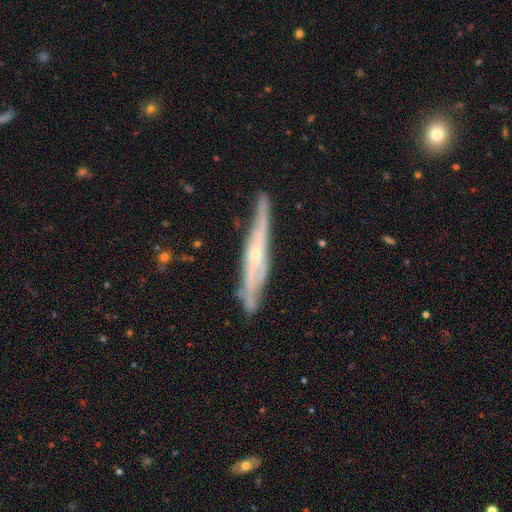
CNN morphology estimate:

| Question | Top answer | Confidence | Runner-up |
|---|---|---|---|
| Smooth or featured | featured or disk | 77% | smooth (17%) |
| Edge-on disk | yes | 77% | no (23%) |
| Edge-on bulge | rounded | 53% | none (40%) |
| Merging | none | 76% | minor disturbance (18%) |